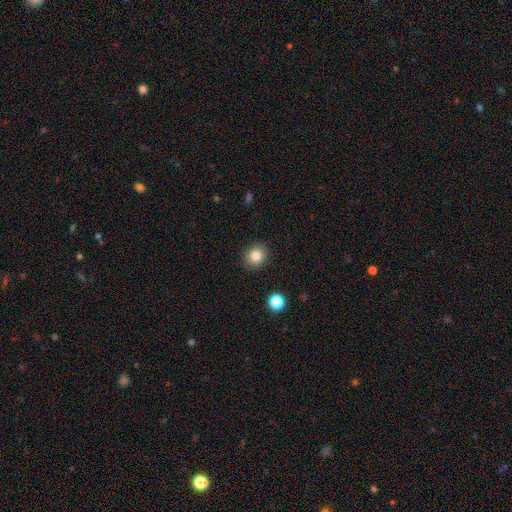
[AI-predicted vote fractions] smooth-or-featured: smooth: 83% | star or artifact: 10% | featured or disk: 7%
  how-rounded: round: 75% | in between: 25% | cigar-shaped: 1%
  merging: none: 90% | minor disturbance: 7% | major disturbance: 2% | merger: 1%